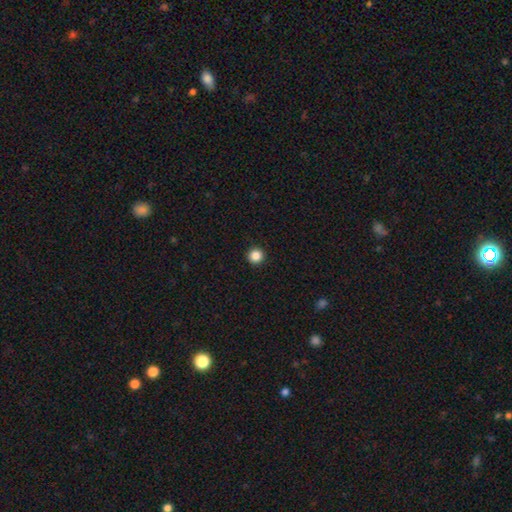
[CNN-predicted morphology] Smooth or featured: smooth — 86% (star or artifact — 11%)
How rounded: round — 96% (in between — 3%)
Merging: none — 94% (minor disturbance — 4%)